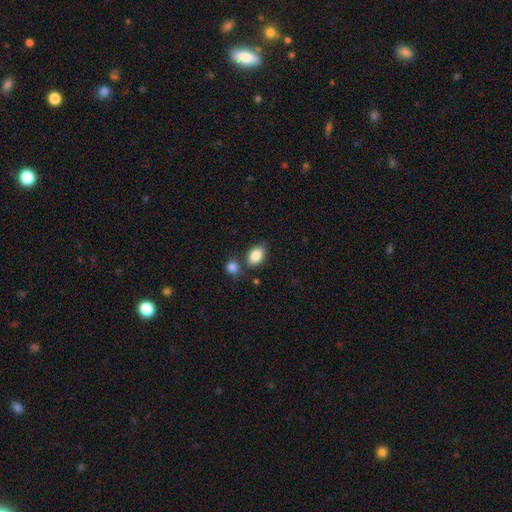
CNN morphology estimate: smooth_or_featured: smooth (p=0.83) [alt: featured or disk p=0.09]
how_rounded: in between (p=0.86) [alt: round p=0.12]
merging: none (p=0.70) [alt: merger p=0.14]